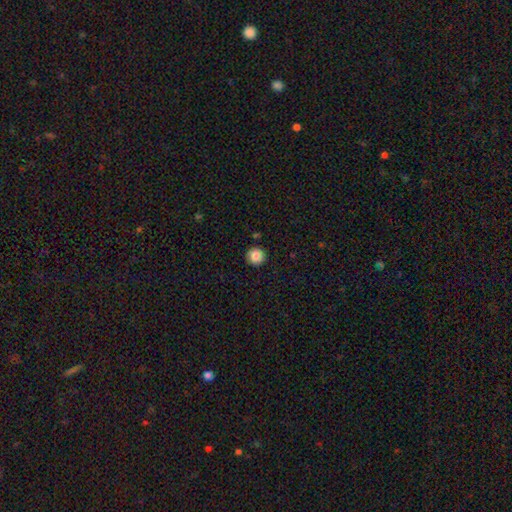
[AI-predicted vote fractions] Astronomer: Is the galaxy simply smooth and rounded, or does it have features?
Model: smooth — 86%.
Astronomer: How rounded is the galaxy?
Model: round — 95%.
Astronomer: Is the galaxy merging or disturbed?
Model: none — 91%.